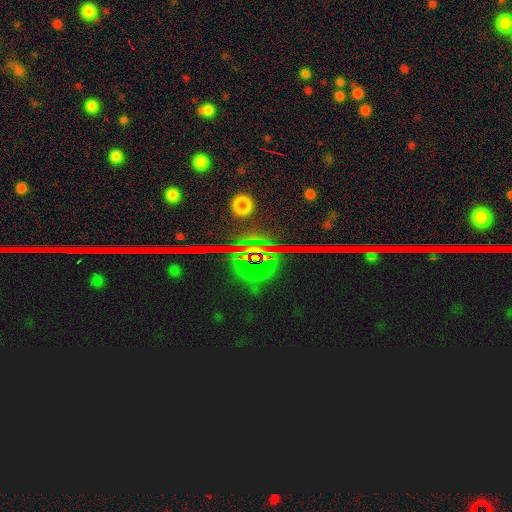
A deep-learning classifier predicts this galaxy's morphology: A star or artifact, not a galaxy (84%).

Vote fractions:
- Smooth or featured? star or artifact: 84% / smooth: 9% / featured or disk: 7%